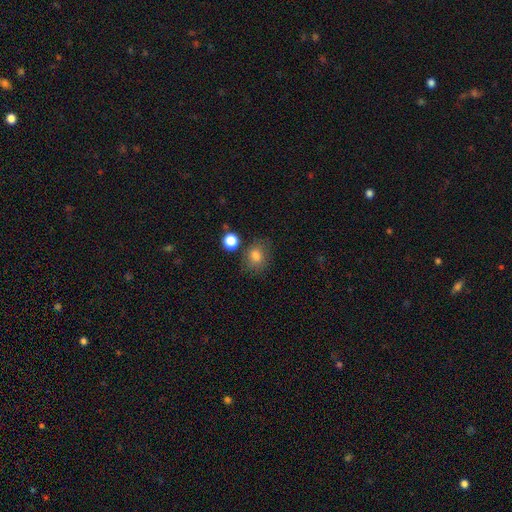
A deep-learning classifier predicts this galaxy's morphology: A smooth galaxy with no disk features (81%) that is round (56%).

Vote fractions:
- Smooth or featured? smooth: 81% / star or artifact: 11% / featured or disk: 8%
- How rounded? round: 56% / in between: 43% / cigar-shaped: 1%
- Merging? none: 69% / minor disturbance: 17% / merger: 8% / major disturbance: 6%